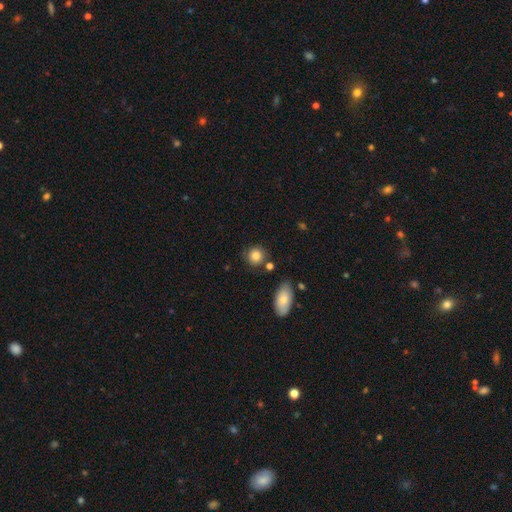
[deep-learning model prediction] Smooth or featured? smooth (84%)
How rounded? round (85%)
Merging? none (79%)